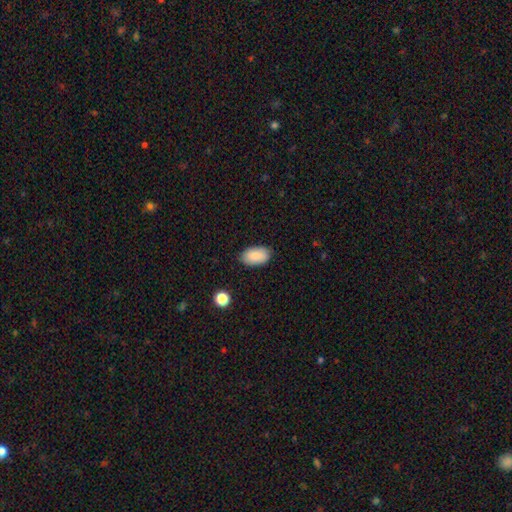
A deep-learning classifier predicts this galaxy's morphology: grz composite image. It shows a smooth galaxy with no disk features (87%) that is in between round and cigar-shaped (94%). Merging: none (85%).